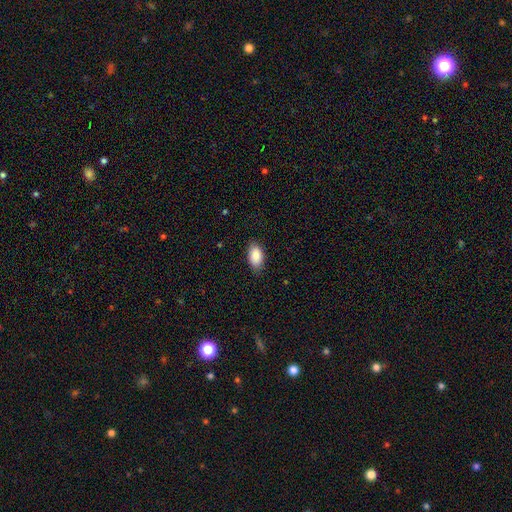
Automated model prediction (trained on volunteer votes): This is clearly a smooth galaxy (88%). How rounded: clearly in between (93%). Merging: clearly none (82%).